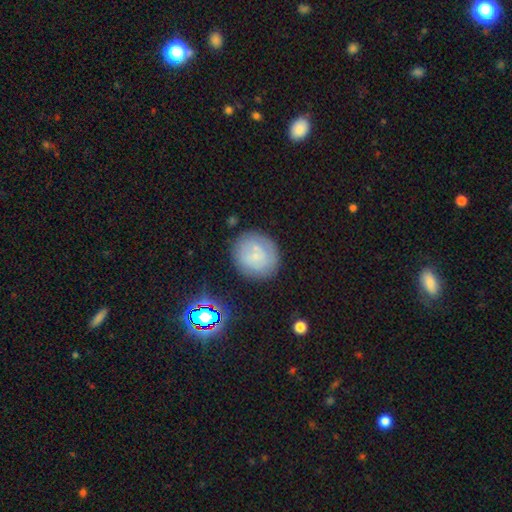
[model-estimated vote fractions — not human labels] A smooth galaxy with no disk features (51%) that is round (85%).

Vote fractions:
- Smooth or featured? smooth: 51% / featured or disk: 39% / star or artifact: 11%
- How rounded? round: 85% / in between: 14% / cigar-shaped: 1%
- Merging? none: 75% / minor disturbance: 15% / major disturbance: 5% / merger: 4%